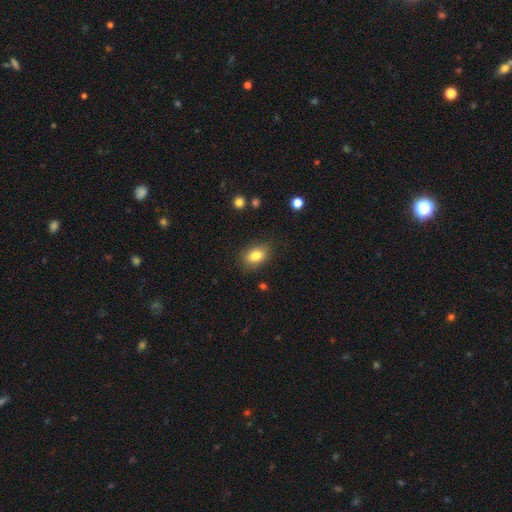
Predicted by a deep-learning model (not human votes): Overall: smooth (83%). How rounded: in between (81%). Merging: none (84%).